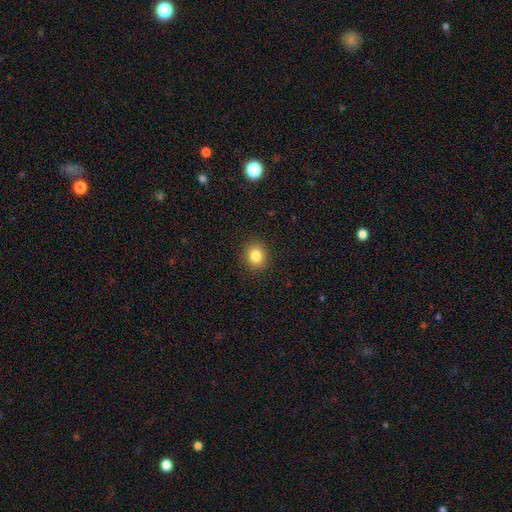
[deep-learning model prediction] smooth 83%, star or artifact 11%, featured or disk 6%. Down the decision tree: how rounded — round (71%); merging — none (90%).